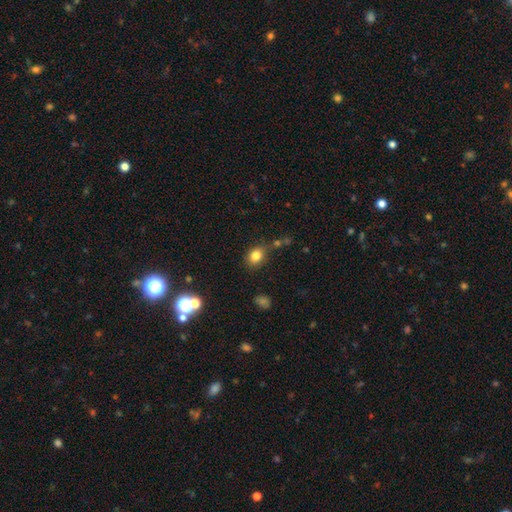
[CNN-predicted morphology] The model was most divided on "how rounded": in between: 52%, round: 47%, cigar-shaped: 1%. More confident: smooth or featured — smooth (81%); merging — none (73%).